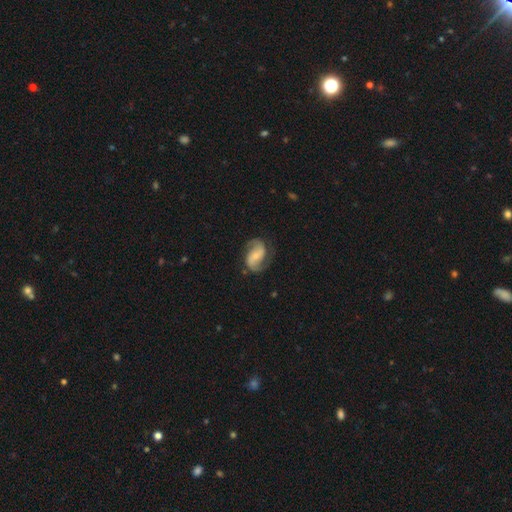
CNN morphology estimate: smooth_or_featured: featured or disk (p=0.79) [alt: smooth p=0.15]
disk_edge_on: no (p=0.97) [alt: yes p=0.03]
bar: no (p=0.41) [alt: weak p=0.38]
has_spiral_arms: yes (p=0.95) [alt: no p=0.05]
spiral_winding: medium (p=0.47) [alt: loose p=0.35]
spiral_arm_count: 2 (p=0.88) [alt: 1 p=0.05]
bulge_size: small (p=0.57) [alt: moderate p=0.32]
merging: none (p=0.71) [alt: minor disturbance p=0.18]